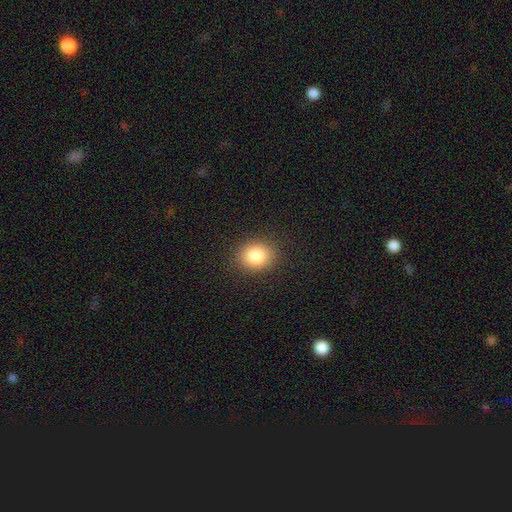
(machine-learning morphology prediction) The model was most divided on "how rounded": round: 71%, in between: 28%, cigar-shaped: 1%. More confident: merging — none (89%); smooth or featured — smooth (84%).